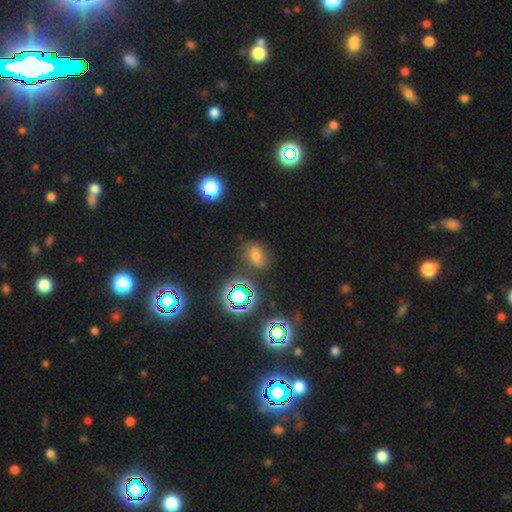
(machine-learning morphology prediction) This appears to be a smooth galaxy with no disk features (55%) that is in between round and cigar-shaped (62%). Merging: none (72%).